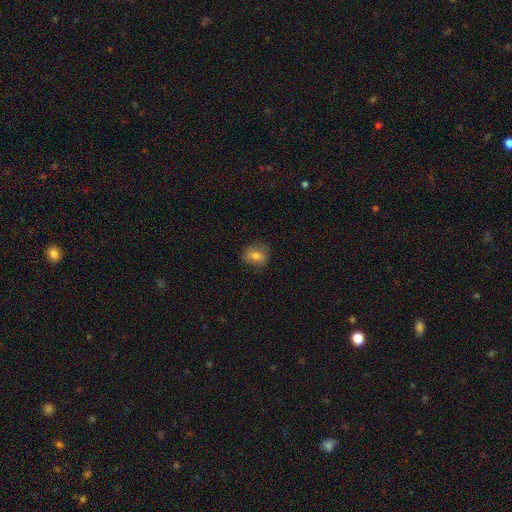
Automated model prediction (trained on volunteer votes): Smooth or featured?
  - smooth: 76% *
  - featured or disk: 14%
  - star or artifact: 10%
How rounded?
  - in between: 50% *
  - round: 48%
  - cigar-shaped: 2%
Merging?
  - none: 79% *
  - minor disturbance: 16%
  - major disturbance: 4%
  - merger: 1%